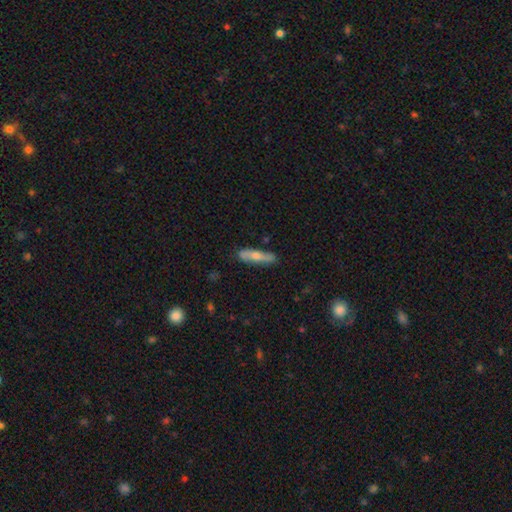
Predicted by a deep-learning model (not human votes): Smooth or featured? Predicted: smooth (p=0.55). How rounded? Predicted: cigar-shaped (p=0.77). Merging? Predicted: none (p=0.82).